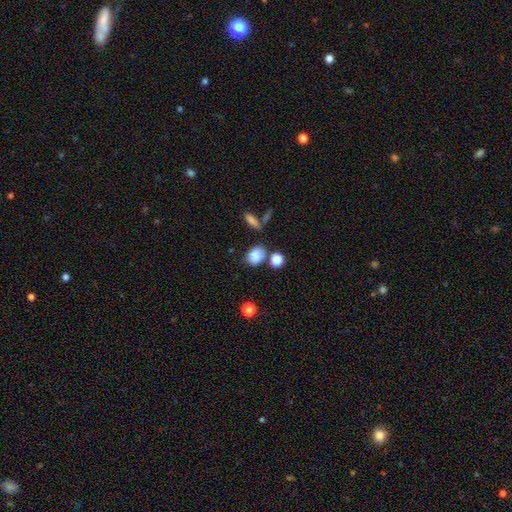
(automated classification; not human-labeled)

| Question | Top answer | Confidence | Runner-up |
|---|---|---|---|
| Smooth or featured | smooth | 84% | star or artifact (10%) |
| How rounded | in between | 63% | round (35%) |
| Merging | none | 63% | merger (17%) |